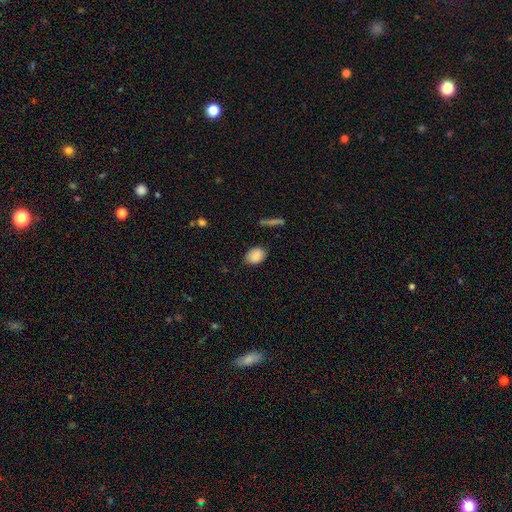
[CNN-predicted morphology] Q: Smooth or featured?
A: smooth (87%); runner-up: star or artifact (8%)
Q: How rounded?
A: in between (73%); runner-up: round (26%)
Q: Merging?
A: none (82%); runner-up: minor disturbance (14%)